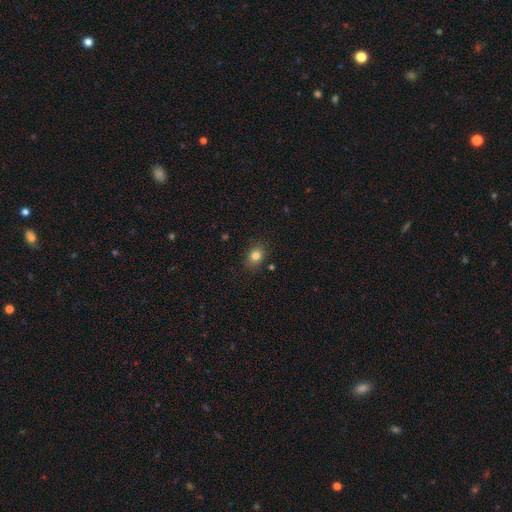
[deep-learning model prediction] A smooth galaxy with no disk features (81%) that is in between round and cigar-shaped (55%).

Vote fractions:
- Smooth or featured? smooth: 81% / star or artifact: 11% / featured or disk: 7%
- How rounded? in between: 55% / round: 44% / cigar-shaped: 1%
- Merging? none: 84% / minor disturbance: 11% / major disturbance: 3% / merger: 2%